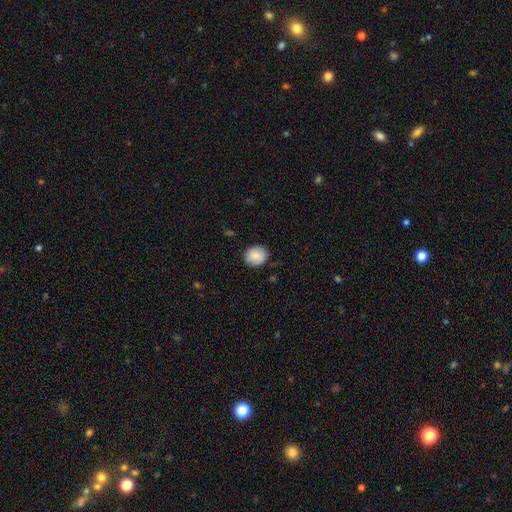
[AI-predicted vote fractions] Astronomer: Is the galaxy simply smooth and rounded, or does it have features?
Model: smooth — 87%.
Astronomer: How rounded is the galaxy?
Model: round — 83%.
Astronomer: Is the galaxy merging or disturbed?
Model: none — 85%.